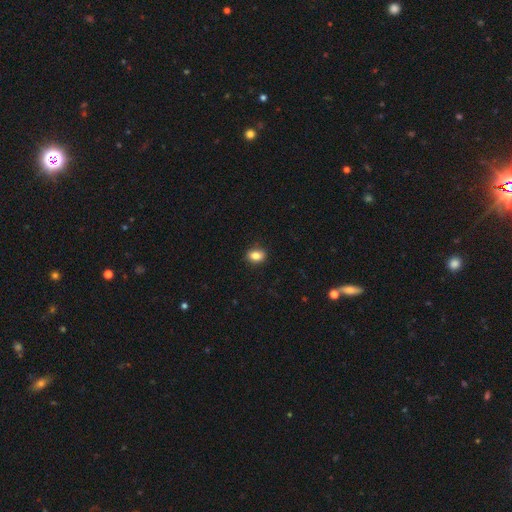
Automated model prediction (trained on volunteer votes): Smooth or featured?
  - smooth: 83% *
  - star or artifact: 10%
  - featured or disk: 7%
How rounded?
  - in between: 67% *
  - round: 31%
  - cigar-shaped: 1%
Merging?
  - none: 87% *
  - minor disturbance: 10%
  - major disturbance: 2%
  - merger: 1%